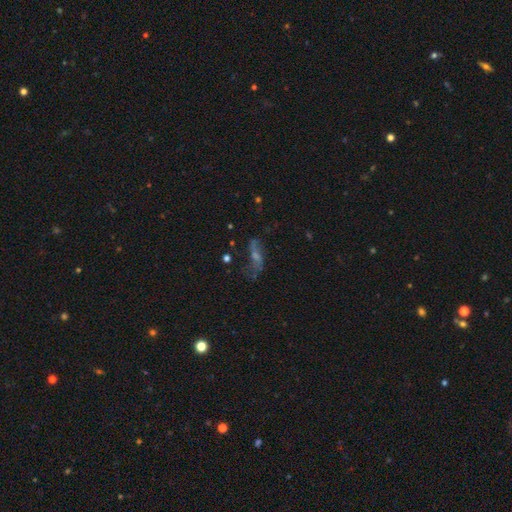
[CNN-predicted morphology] A featured or disk galaxy (56%).

Vote fractions:
- Smooth or featured? featured or disk: 56% / smooth: 24% / star or artifact: 20%
- Edge-on disk? no: 81% / yes: 19%
- Merging? none: 57% / major disturbance: 20% / minor disturbance: 19% / merger: 4%